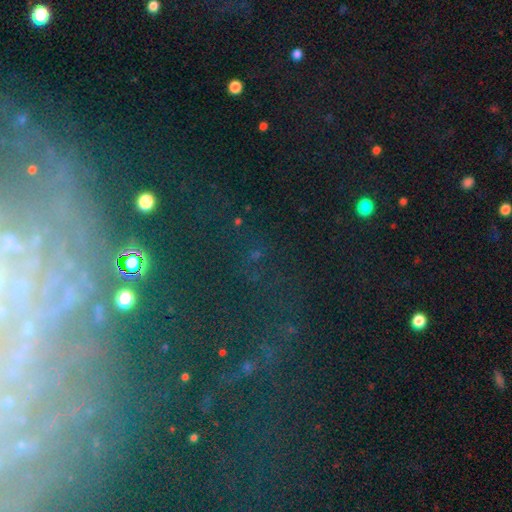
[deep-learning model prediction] Smooth or featured: star or artifact — 71% (smooth — 18%)